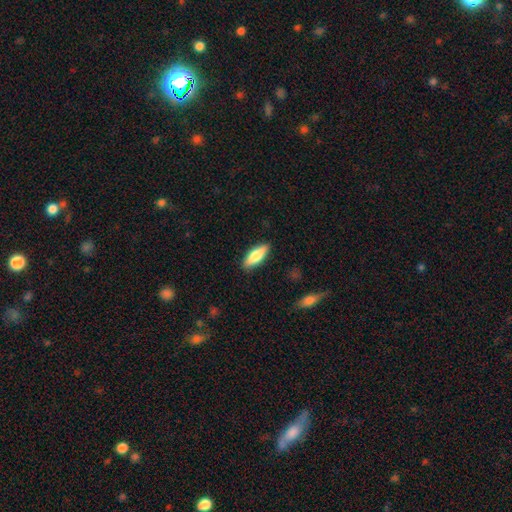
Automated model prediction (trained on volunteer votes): Overall: smooth (71%). How rounded: in between (61%; cigar-shaped 36%). Merging: none (88%).